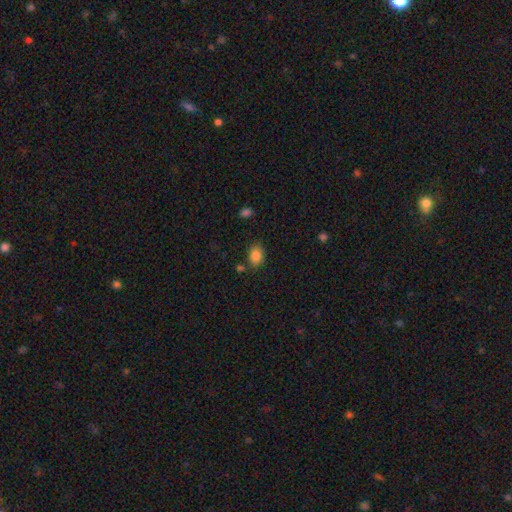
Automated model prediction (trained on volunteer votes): A smooth galaxy with no disk features (86%) that is in between round and cigar-shaped (73%). Merging: none (78%).